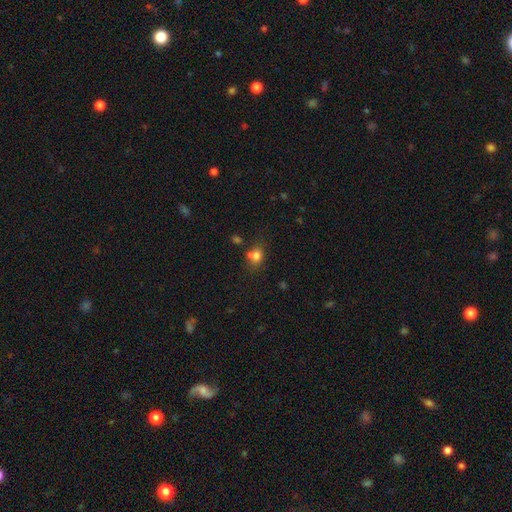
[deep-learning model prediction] This appears to be a smooth galaxy with no disk features (77%) that is round (57%). Merging: none (52%).